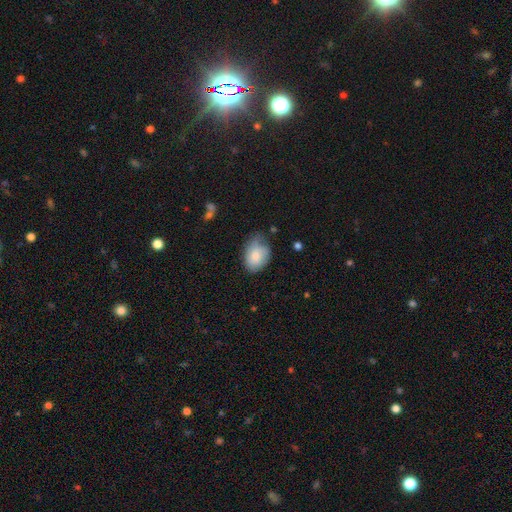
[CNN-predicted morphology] This is clearly a smooth galaxy (81%). How rounded: likely in between (80%). Merging: possibly none (49%).